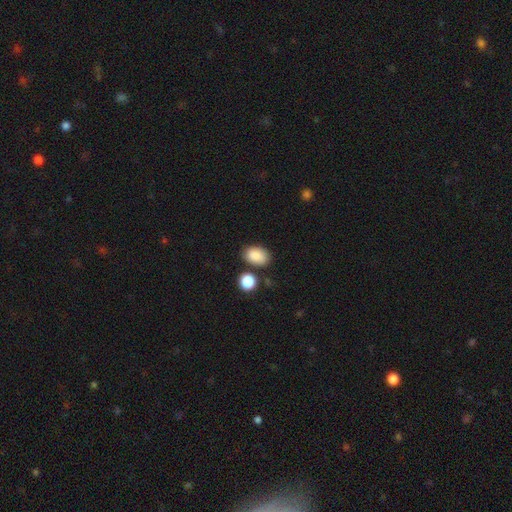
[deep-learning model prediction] smooth-or-featured: smooth: 87% | star or artifact: 8% | featured or disk: 5%
  how-rounded: in between: 86% | round: 13% | cigar-shaped: 1%
  merging: none: 76% | minor disturbance: 13% | merger: 8% | major disturbance: 3%